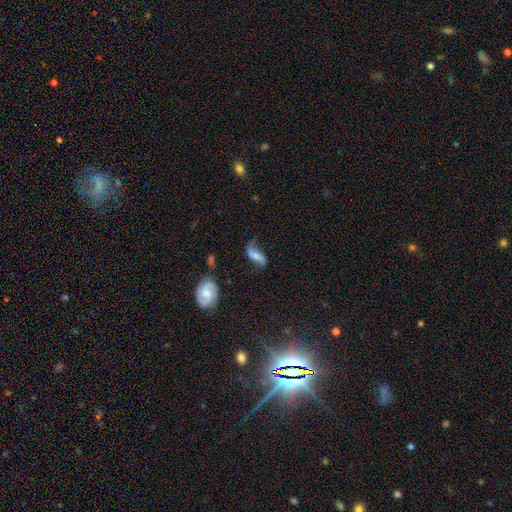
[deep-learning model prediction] This is likely a featured or disk galaxy (62%). It is clearly not viewed edge-on (92%). Bar: marginally weak (38%). Spiral arm pattern: clearly yes (89%). Spiral arm count: clearly 2 (85%). Spiral winding: likely loose (75%). Central bulge: marginally small (40%). Merging: possibly none (49%).